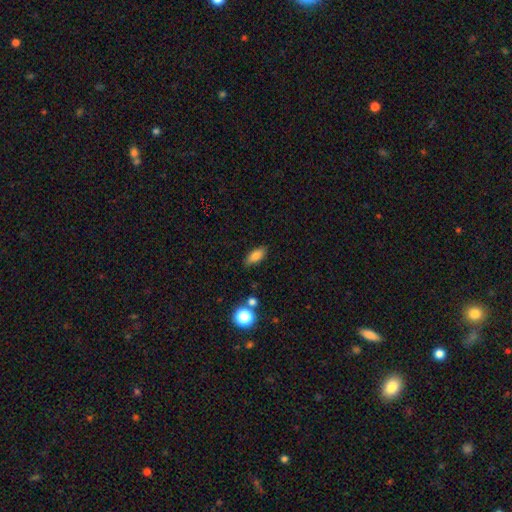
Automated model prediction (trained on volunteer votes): Smooth or featured?
  - smooth: 80% *
  - star or artifact: 10%
  - featured or disk: 10%
How rounded?
  - in between: 79% *
  - cigar-shaped: 16%
  - round: 5%
Merging?
  - none: 83% *
  - minor disturbance: 12%
  - major disturbance: 3%
  - merger: 2%